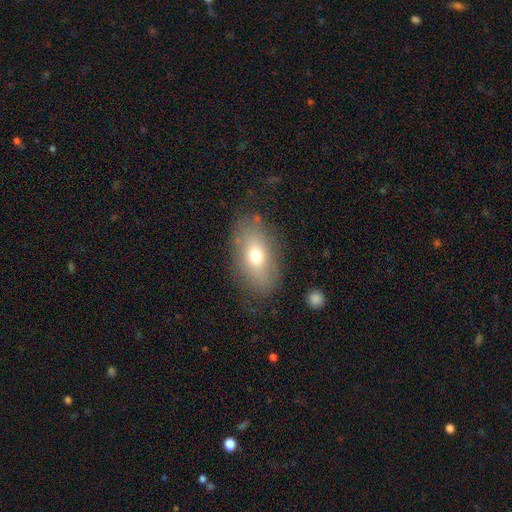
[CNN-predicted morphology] smooth 67%, featured or disk 23%, star or artifact 10%. Down the decision tree: how rounded — in between (87%); merging — none (78%).